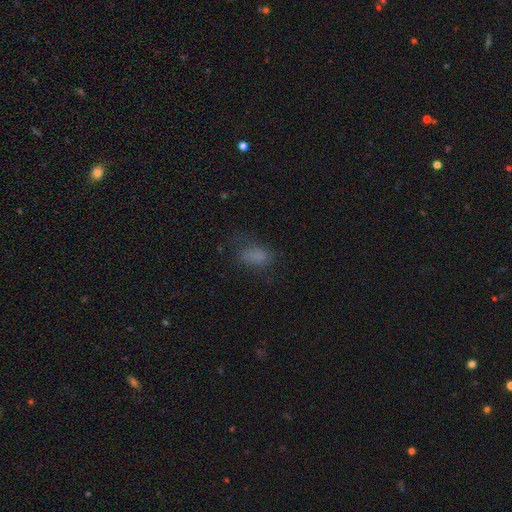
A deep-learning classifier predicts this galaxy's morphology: A smooth galaxy with no disk features (72%) that is in between round and cigar-shaped (86%). Merging: none (54%).